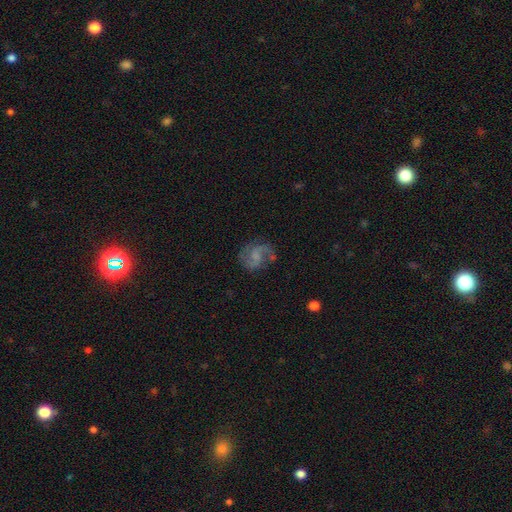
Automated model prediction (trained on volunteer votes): A featured or disk galaxy (74%) with no bar (50%), 2 (84%) medium (50%) spiral arms (94%) and no central bulge (48%).

Vote fractions:
- Smooth or featured? featured or disk: 74% / smooth: 17% / star or artifact: 8%
- Edge-on disk? no: 98% / yes: 2%
- Bar? no: 50% / weak: 42% / strong: 8%
- Spiral arms? yes: 94% / no: 6%
- Spiral winding? medium: 50% / loose: 33% / tight: 16%
- Spiral arm count? 2: 84% / can't tell: 6% / 1: 4% / 3: 3% / 4: 1% / more than 4: 1%
- Bulge size? none: 48% / small: 27% / moderate: 18% / large: 5% / dominant: 1%
- Merging? none: 69% / minor disturbance: 18% / major disturbance: 11% / merger: 3%